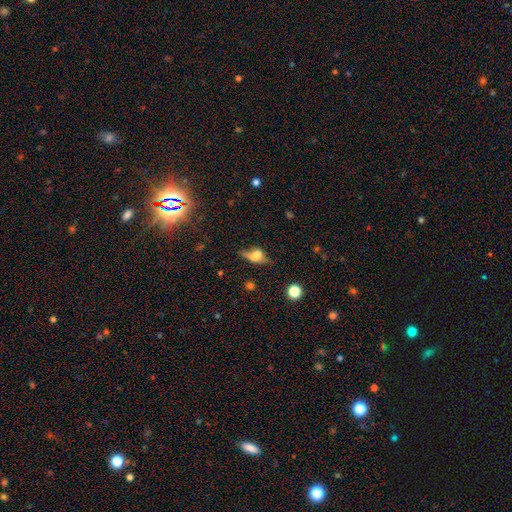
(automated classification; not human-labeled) The model was most divided on "smooth or featured": smooth: 47%, featured or disk: 38%, star or artifact: 15%. Remaining: merging — none (45%).